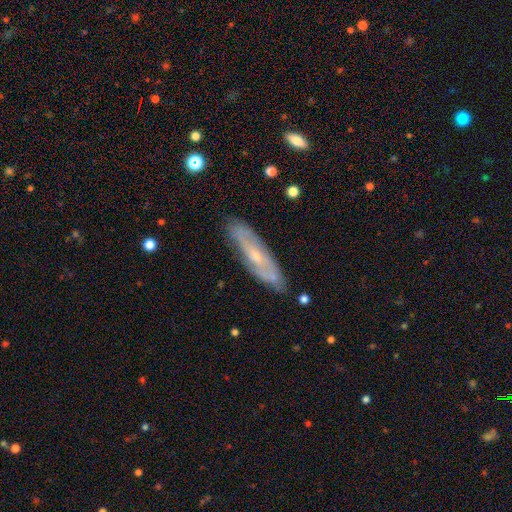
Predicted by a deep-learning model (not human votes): Morphology: type=featured or disk (63%); edge-on=no (62%); merging=none (79%).